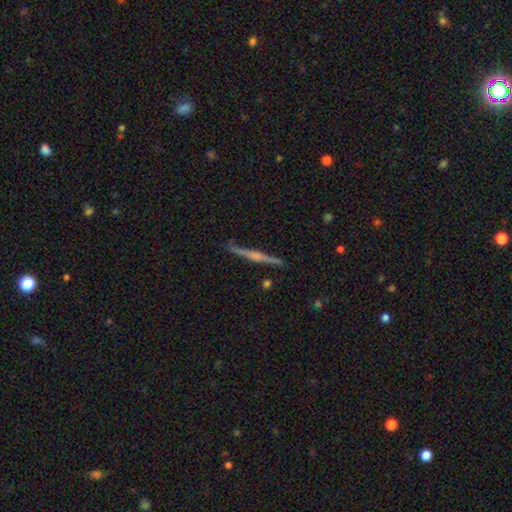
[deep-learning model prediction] Smooth or featured? Predicted: featured or disk (p=0.79). Edge-on disk? Predicted: yes (p=0.98). Edge-on bulge? Predicted: rounded (p=0.79). Merging? Predicted: none (p=0.88).